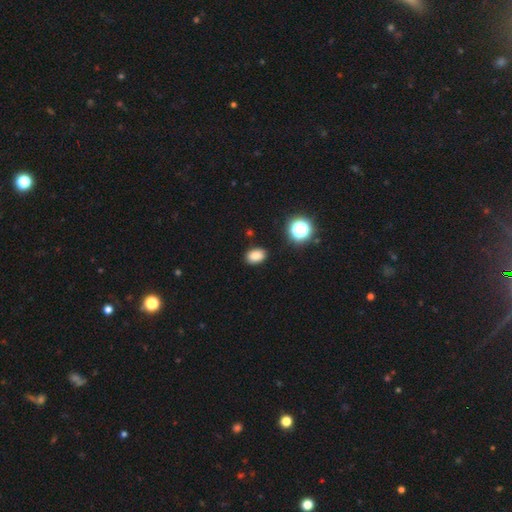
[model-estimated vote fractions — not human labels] Overall: smooth (83%). How rounded: in between (81%). Merging: none (87%).